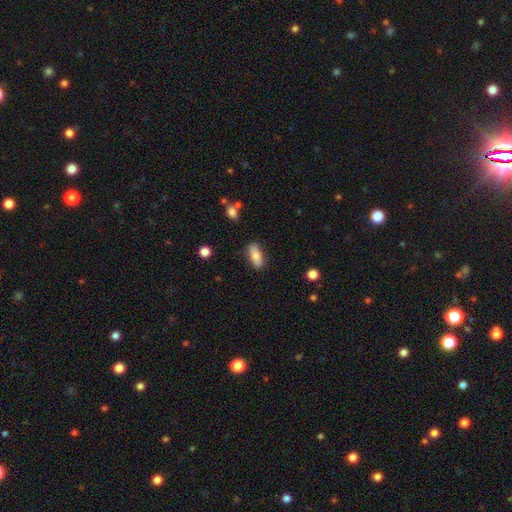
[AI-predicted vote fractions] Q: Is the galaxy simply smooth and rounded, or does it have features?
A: smooth — 79%.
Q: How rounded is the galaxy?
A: in between — 81%.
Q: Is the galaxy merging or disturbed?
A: none — 84%.